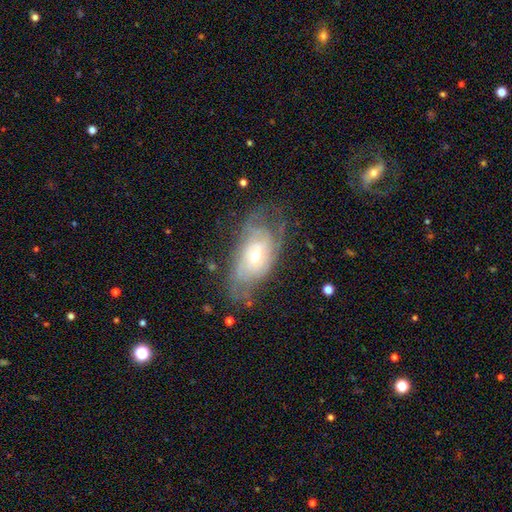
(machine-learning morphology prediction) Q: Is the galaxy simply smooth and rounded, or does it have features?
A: featured or disk — 71%.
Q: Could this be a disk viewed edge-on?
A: no — 92%.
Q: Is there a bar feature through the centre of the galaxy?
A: no — 72%.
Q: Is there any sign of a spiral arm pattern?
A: yes — 80%.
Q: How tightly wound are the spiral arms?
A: tight — 52%.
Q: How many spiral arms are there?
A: can't tell — 54%.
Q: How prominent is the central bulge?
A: small — 48%.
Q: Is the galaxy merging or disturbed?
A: none — 54%.